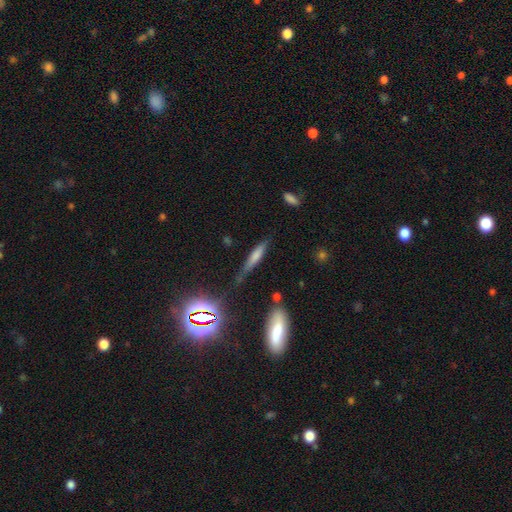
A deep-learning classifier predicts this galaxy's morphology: This appears to be a smooth galaxy with no disk features (61%) that is cigar-shaped (83%). Merging: none (60%).